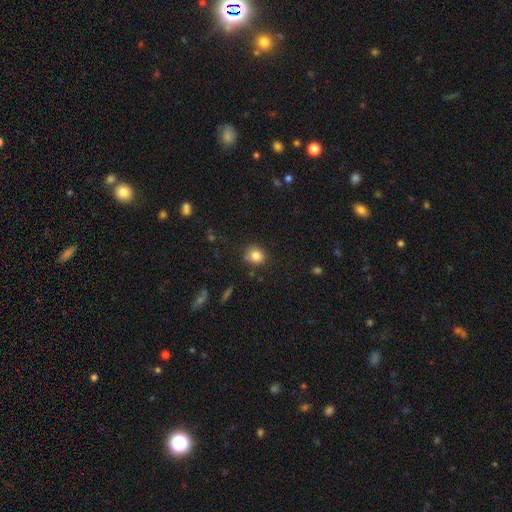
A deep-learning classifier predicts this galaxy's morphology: type=smooth (82%); roundness=round (76%); merging=none (79%).